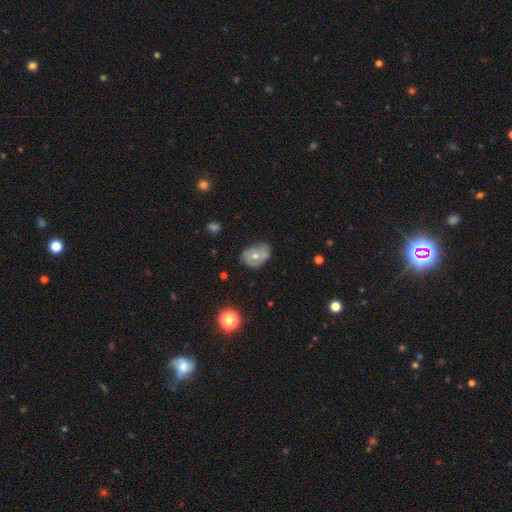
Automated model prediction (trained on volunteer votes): Smooth or featured?
  - featured or disk: 50% *
  - smooth: 40%
  - star or artifact: 10%
Edge-on disk?
  - no: 96% *
  - yes: 4%
Merging?
  - none: 53% *
  - minor disturbance: 32%
  - major disturbance: 10%
  - merger: 4%